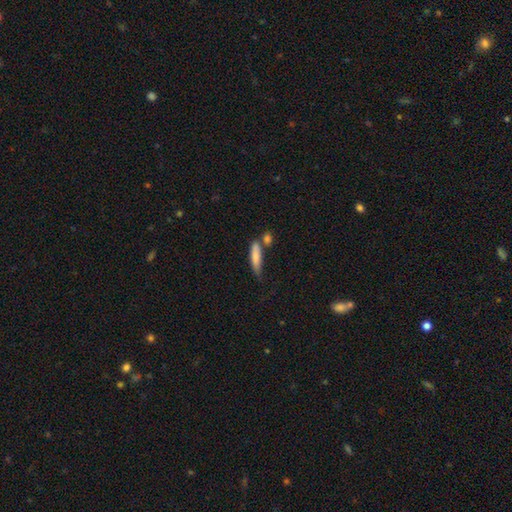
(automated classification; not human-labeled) This appears to be a smooth galaxy with no disk features (78%) that is cigar-shaped (74%). Merging: none (49%).